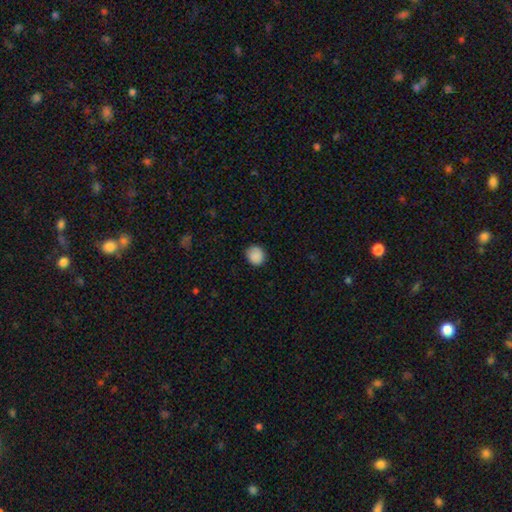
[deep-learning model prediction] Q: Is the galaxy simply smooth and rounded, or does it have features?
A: smooth — 89%.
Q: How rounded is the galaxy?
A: round — 84%.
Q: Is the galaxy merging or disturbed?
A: none — 88%.